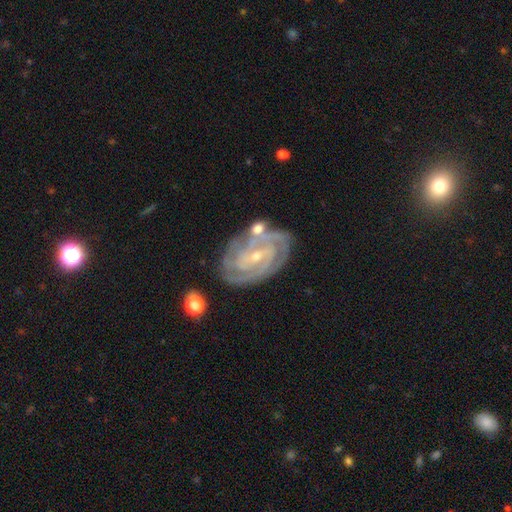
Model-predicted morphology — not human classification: A featured or disk galaxy (88%) with a weak bar (40%), 3 (27%) tight (74%) spiral arms (97%) and a small central bulge (76%).

Vote fractions:
- Smooth or featured? featured or disk: 88% / smooth: 6% / star or artifact: 6%
- Edge-on disk? no: 96% / yes: 4%
- Bar? weak: 40% / no: 37% / strong: 23%
- Spiral arms? yes: 97% / no: 3%
- Spiral winding? tight: 74% / medium: 22% / loose: 3%
- Spiral arm count? 3: 27% / 2: 26% / can't tell: 19% / 4: 18% / more than 4: 6% / 1: 5%
- Bulge size? small: 76% / moderate: 20% / none: 2% / large: 1% / dominant: 1%
- Merging? none: 70% / minor disturbance: 17% / merger: 8% / major disturbance: 5%